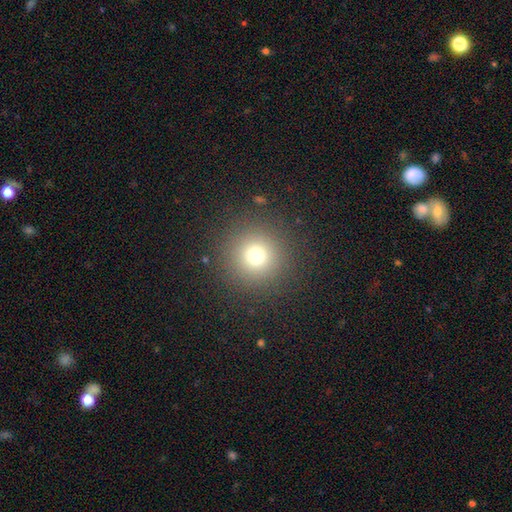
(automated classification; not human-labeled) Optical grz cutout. It shows a smooth galaxy with no disk features (73%) that is round (96%). Merging: none (90%).